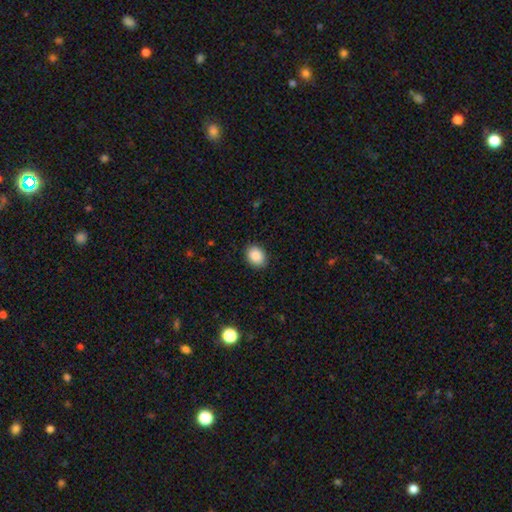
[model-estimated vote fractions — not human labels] smooth_or_featured: smooth (p=0.88) [alt: star or artifact p=0.08]
how_rounded: in between (p=0.63) [alt: round p=0.36]
merging: none (p=0.90) [alt: minor disturbance p=0.07]